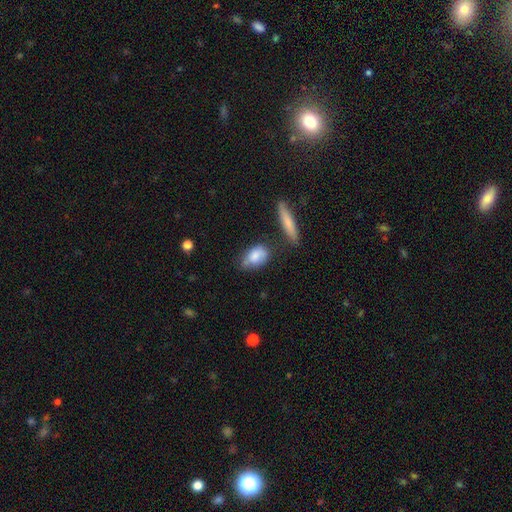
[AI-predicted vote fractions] Smooth or featured? Predicted: smooth (p=0.78). How rounded? Predicted: in between (p=0.81). Merging? Predicted: none (p=0.46).